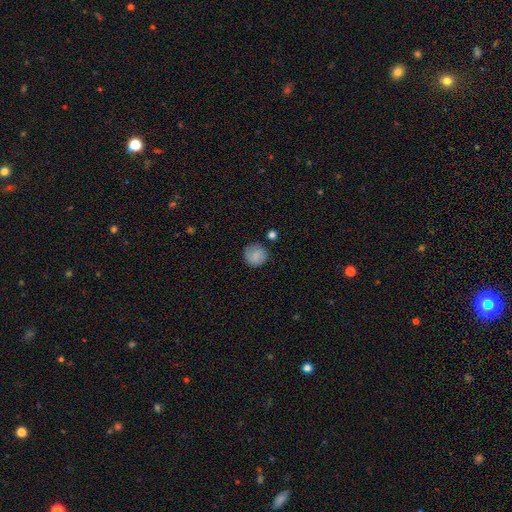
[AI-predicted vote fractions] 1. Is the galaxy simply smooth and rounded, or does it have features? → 81% smooth, 11% featured or disk, 8% star or artifact.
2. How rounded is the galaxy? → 91% round, 8% in between, 1% cigar-shaped.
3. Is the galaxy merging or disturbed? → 80% none, 13% minor disturbance, 4% major disturbance, 3% merger.